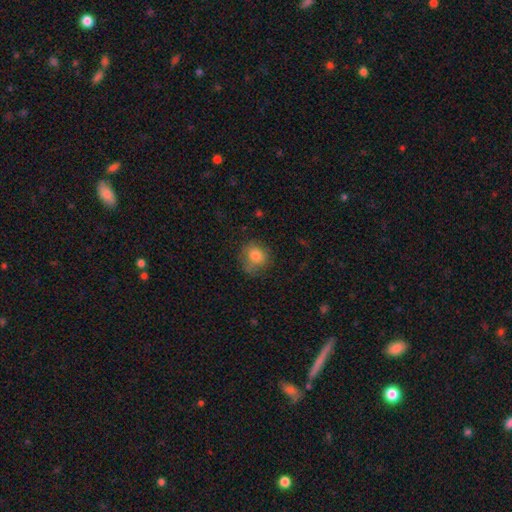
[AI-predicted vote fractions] Q: Smooth or featured?
A: smooth (80%); runner-up: featured or disk (10%)
Q: How rounded?
A: round (78%); runner-up: in between (21%)
Q: Merging?
A: none (68%); runner-up: minor disturbance (22%)